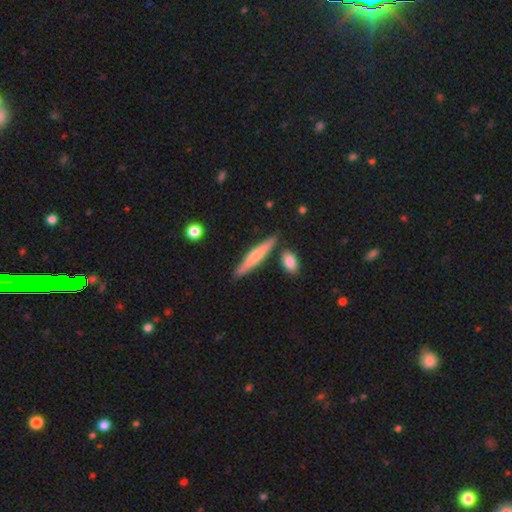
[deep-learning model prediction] This is likely a smooth galaxy (61%). How rounded: clearly cigar-shaped (89%). Merging: clearly none (81%).